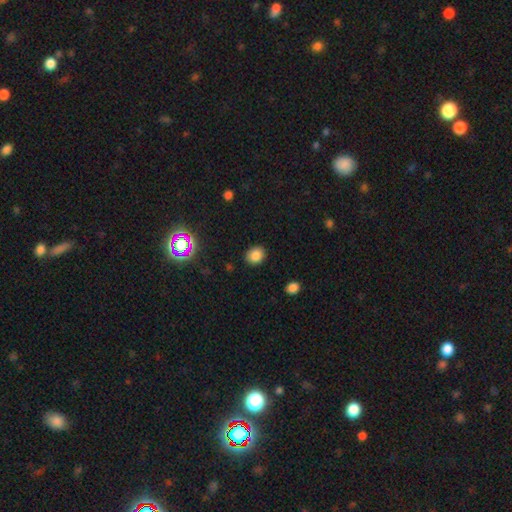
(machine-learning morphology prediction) Smooth or featured? Predicted: smooth (p=0.82). How rounded? Predicted: round (p=0.59). Merging? Predicted: none (p=0.87).